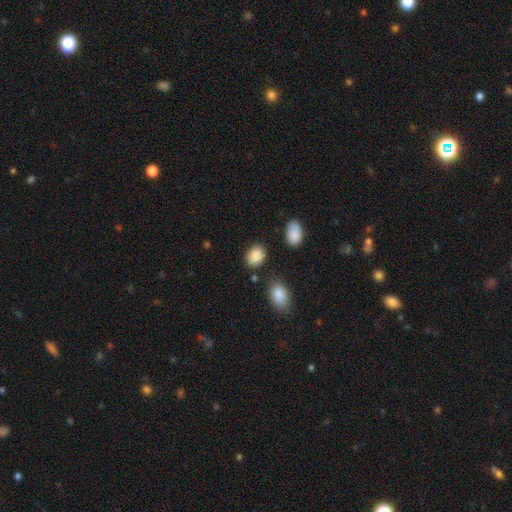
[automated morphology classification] type=smooth (88%); roundness=in between (73%); merging=none (79%).